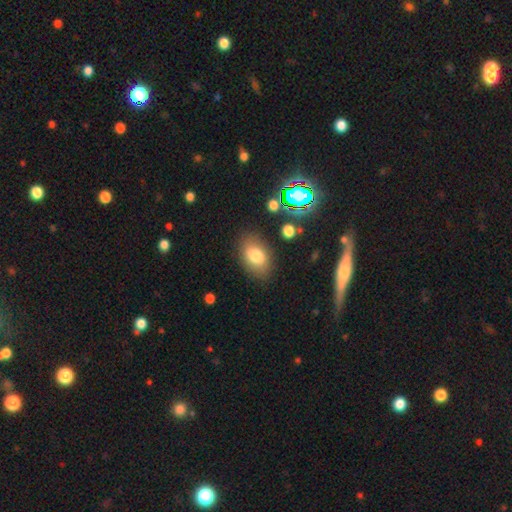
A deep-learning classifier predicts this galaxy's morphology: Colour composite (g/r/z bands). It shows a smooth galaxy with no disk features (78%) that is in between round and cigar-shaped (85%). Merging: none (81%).